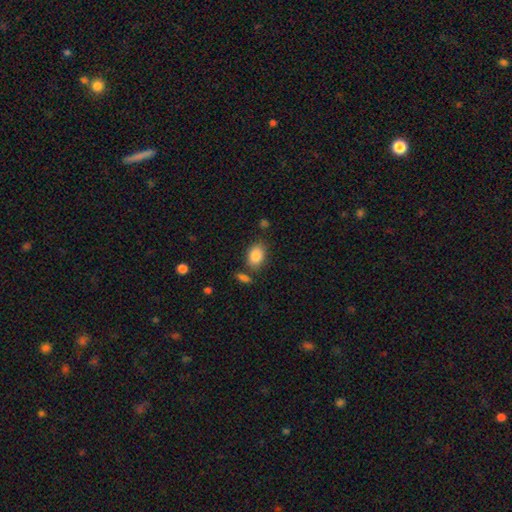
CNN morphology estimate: smooth_or_featured: smooth (p=0.87) [alt: star or artifact p=0.08]
how_rounded: in between (p=0.81) [alt: round p=0.18]
merging: none (p=0.73) [alt: minor disturbance p=0.14]